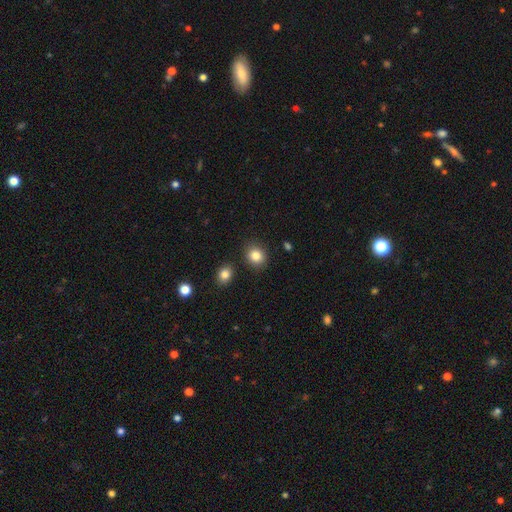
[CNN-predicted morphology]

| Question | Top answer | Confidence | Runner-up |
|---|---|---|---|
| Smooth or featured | smooth | 85% | star or artifact (10%) |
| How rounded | round | 75% | in between (24%) |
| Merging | none | 86% | minor disturbance (8%) |